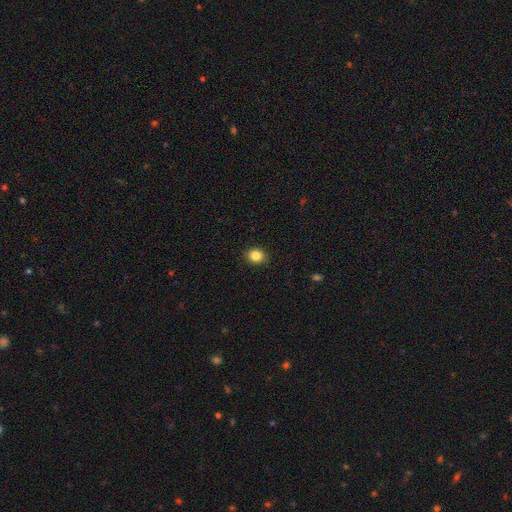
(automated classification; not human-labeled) Smooth or featured? smooth (84%)
How rounded? round (63%)
Merging? none (89%)